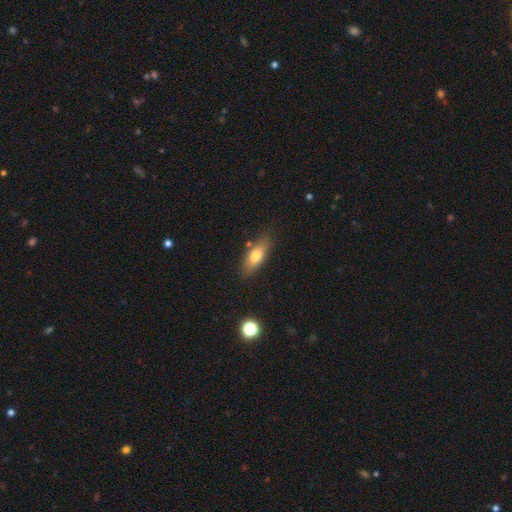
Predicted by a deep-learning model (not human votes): Morphology: type=smooth (73%); roundness=in between (73%); merging=none (78%).